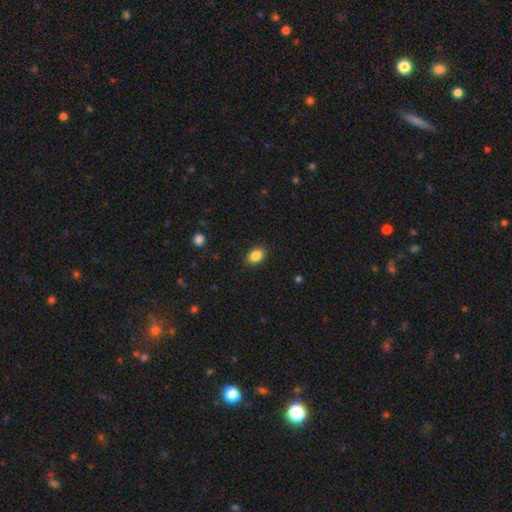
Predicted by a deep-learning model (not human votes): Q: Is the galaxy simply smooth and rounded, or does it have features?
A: smooth — 87%.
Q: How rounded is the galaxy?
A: in between — 72%.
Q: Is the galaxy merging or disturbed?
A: none — 89%.